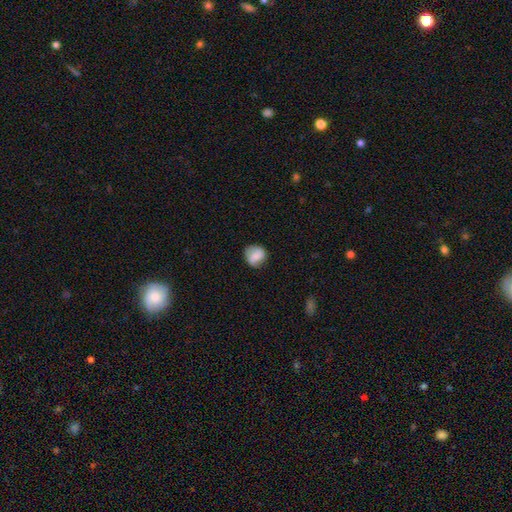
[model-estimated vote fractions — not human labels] Morphology: type=smooth (67%); roundness=round (82%); merging=none (74%).